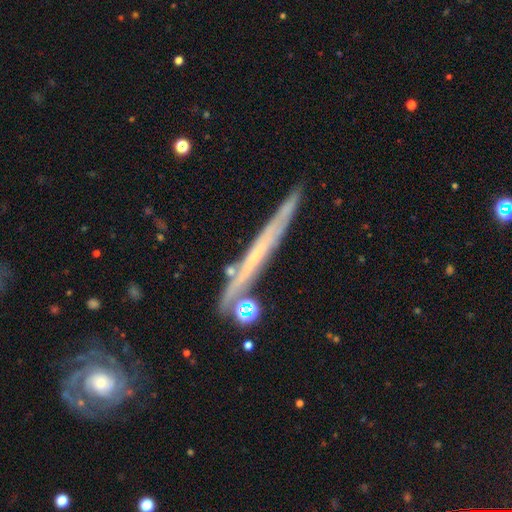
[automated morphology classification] A featured or disk galaxy (65%) viewed edge-on (92%) with no central bulge (83%).

Vote fractions:
- Smooth or featured? featured or disk: 65% / smooth: 27% / star or artifact: 8%
- Edge-on disk? yes: 92% / no: 8%
- Edge-on bulge? none: 83% / rounded: 13% / boxy: 4%
- Merging? none: 79% / minor disturbance: 13% / merger: 5% / major disturbance: 3%